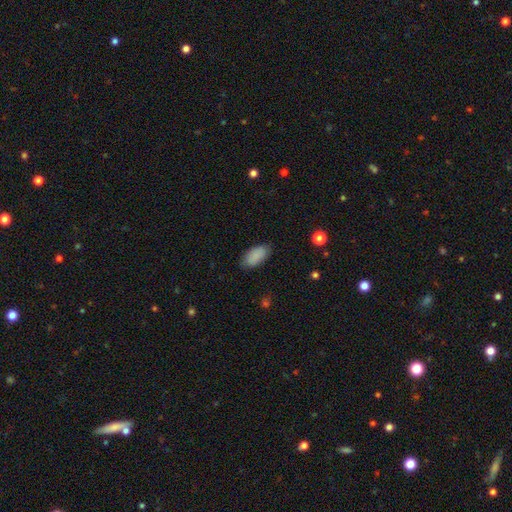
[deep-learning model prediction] This appears to be a smooth galaxy with no disk features (88%) that is in between round and cigar-shaped (93%). Merging: none (84%).